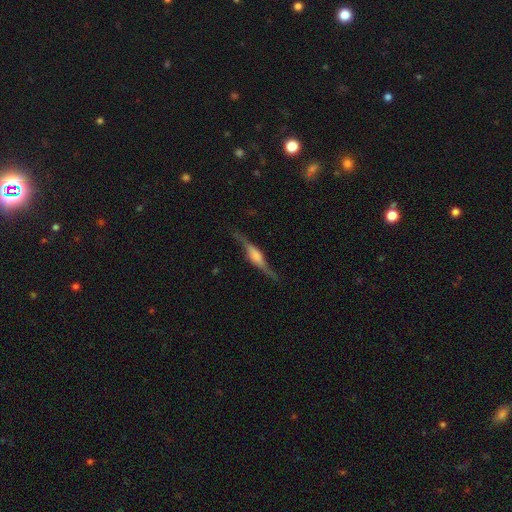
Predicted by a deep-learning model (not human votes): Morphology: type=featured or disk (78%); edge-on=yes (93%); edge-on bulge=rounded (65%); merging=none (80%).